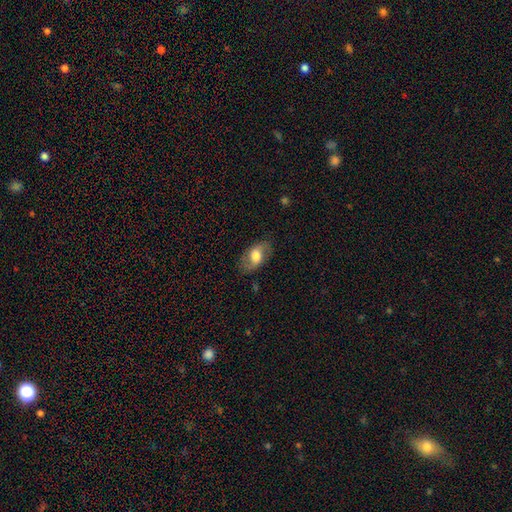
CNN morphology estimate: Smooth or featured? Predicted: smooth (p=0.47). Merging? Predicted: none (p=0.78).